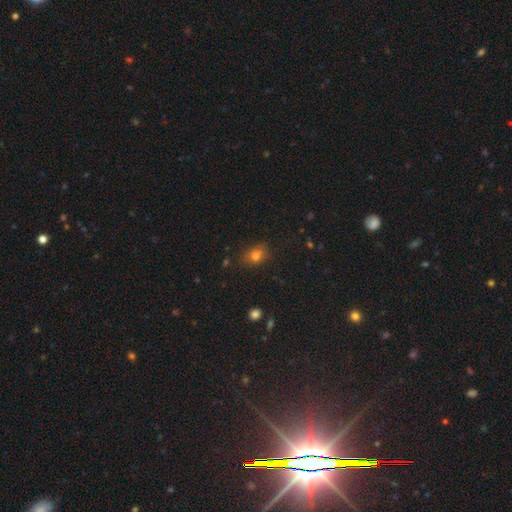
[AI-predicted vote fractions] This is likely a smooth galaxy (77%). How rounded: likely in between (61%). Merging: likely none (77%).